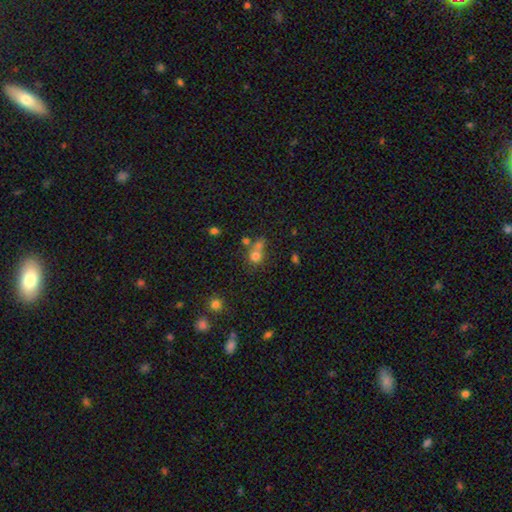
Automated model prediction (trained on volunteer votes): smooth 71%, star or artifact 17%, featured or disk 12%. Down the decision tree: how rounded — round (80%); merging — merger (45%).